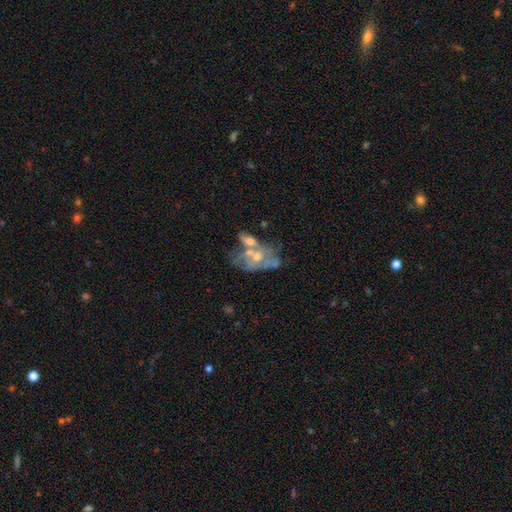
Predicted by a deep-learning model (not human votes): A featured or disk galaxy (66%) with no bar (83%), no spiral arms (67%) and a moderate central bulge (51%).

Vote fractions:
- Smooth or featured? featured or disk: 66% / smooth: 23% / star or artifact: 12%
- Edge-on disk? no: 94% / yes: 6%
- Bar? no: 83% / weak: 13% / strong: 4%
- Spiral arms? no: 67% / yes: 33%
- Bulge size? moderate: 51% / small: 37% / none: 7% / large: 3% / dominant: 1%
- Merging? merger: 42% / none: 29% / major disturbance: 15% / minor disturbance: 15%